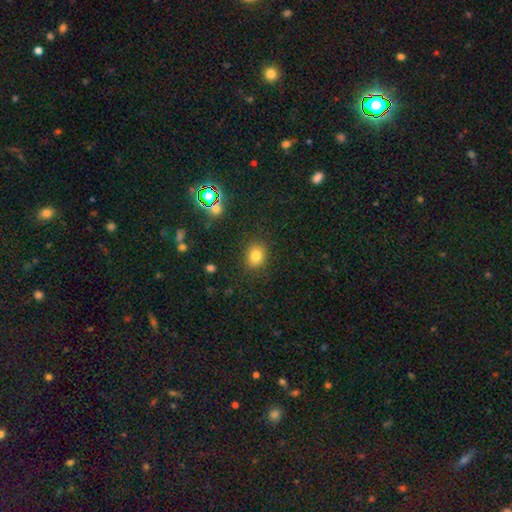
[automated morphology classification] Smooth or featured? smooth (79%)
How rounded? round (63%)
Merging? none (86%)